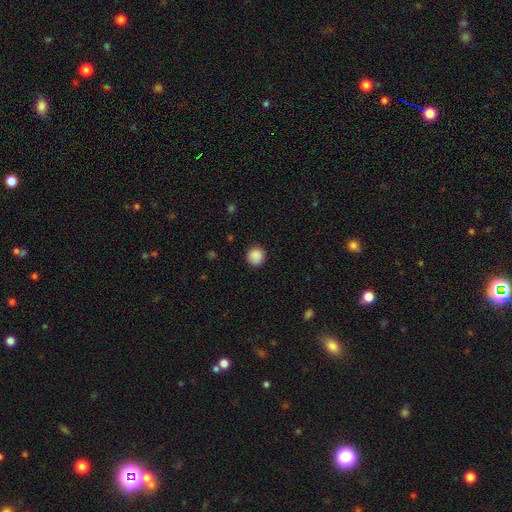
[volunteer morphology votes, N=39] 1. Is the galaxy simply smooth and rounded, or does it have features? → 95% smooth, 5% star or artifact, 0% featured or disk.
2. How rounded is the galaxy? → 92% round, 8% in between, 0% cigar-shaped.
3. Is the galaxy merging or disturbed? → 86% none, 8% minor disturbance, 3% major disturbance, 3% merger.